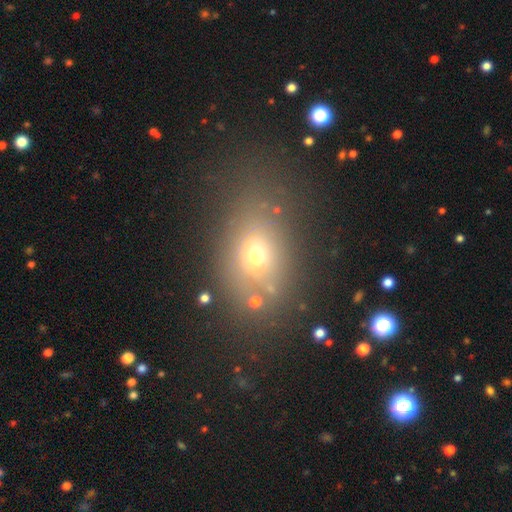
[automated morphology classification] A smooth galaxy with no disk features (62%) that is in between round and cigar-shaped (66%).

Vote fractions:
- Smooth or featured? smooth: 62% / star or artifact: 23% / featured or disk: 16%
- How rounded? in between: 66% / round: 31% / cigar-shaped: 3%
- Merging? none: 72% / minor disturbance: 14% / major disturbance: 8% / merger: 6%